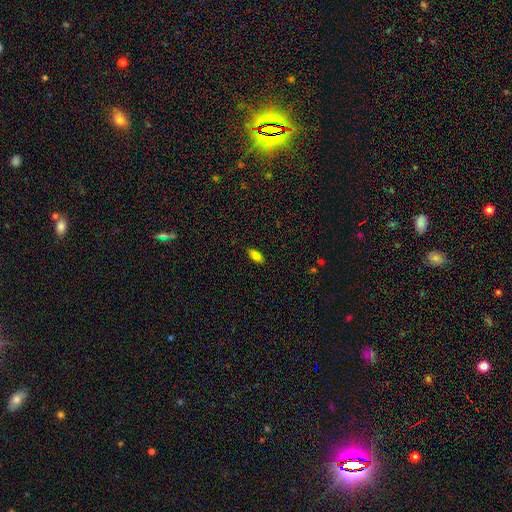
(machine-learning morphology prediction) smooth 82%, featured or disk 9%, star or artifact 9%. Down the decision tree: how rounded — in between (82%); merging — none (87%).